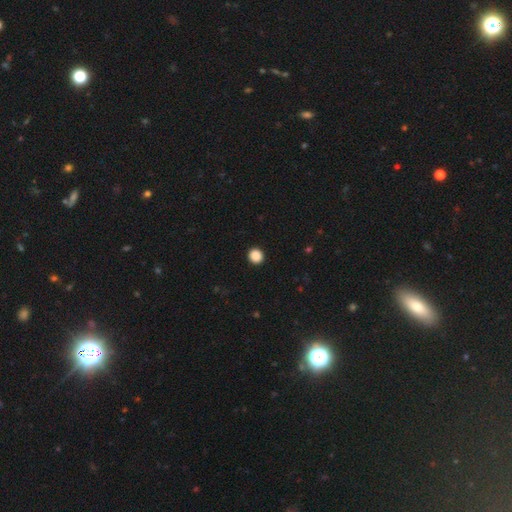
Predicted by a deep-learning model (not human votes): This appears to be a smooth galaxy with no disk features (89%) that is round (92%). Merging: none (93%).